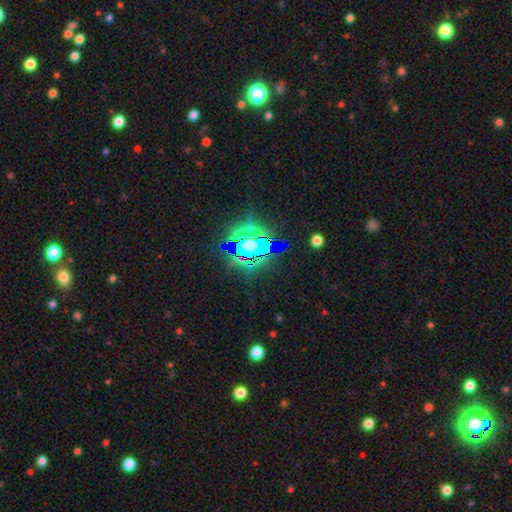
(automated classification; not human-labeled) Q: Smooth or featured?
A: star or artifact (83%); runner-up: smooth (9%)